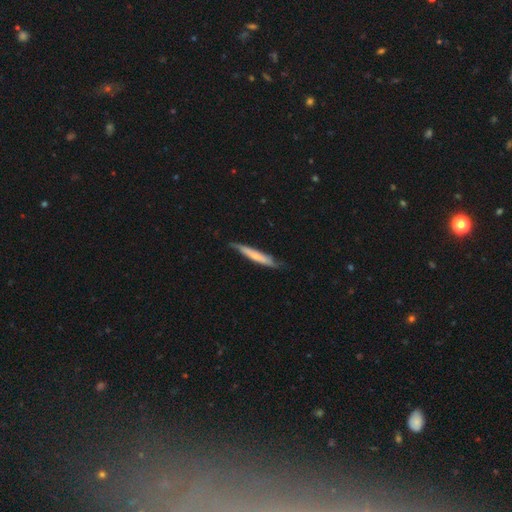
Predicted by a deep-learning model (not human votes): The model was most divided on "smooth or featured": smooth: 53%, featured or disk: 42%, star or artifact: 5%. More confident: how rounded — cigar-shaped (93%); merging — none (71%).